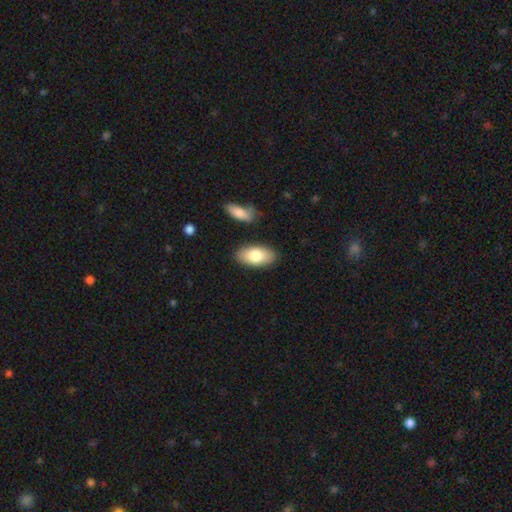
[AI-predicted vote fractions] This is likely a smooth galaxy (79%). How rounded: clearly in between (93%). Merging: clearly none (85%).